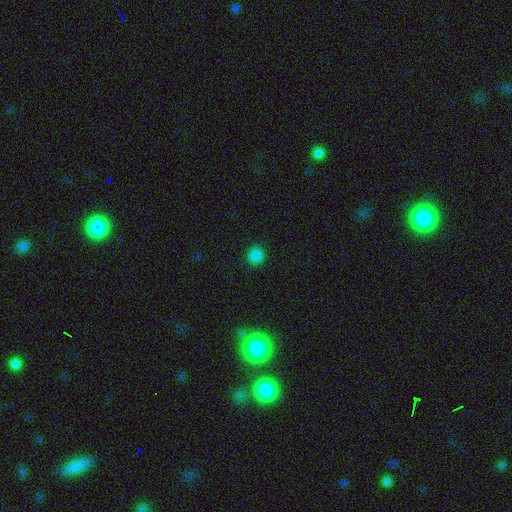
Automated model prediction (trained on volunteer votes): The model was most divided on "smooth or featured": smooth: 83%, star or artifact: 14%, featured or disk: 3%. More confident: merging — none (91%); how rounded — round (88%).